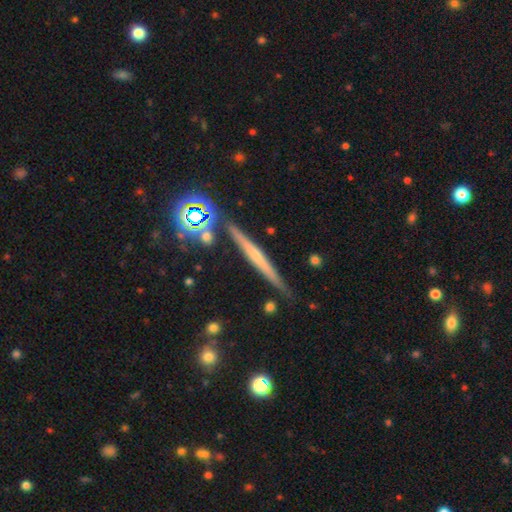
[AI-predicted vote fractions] smooth_or_featured: featured or disk (p=0.52) [alt: smooth p=0.35]
disk_edge_on: yes (p=0.96) [alt: no p=0.04]
merging: none (p=0.85) [alt: minor disturbance p=0.09]